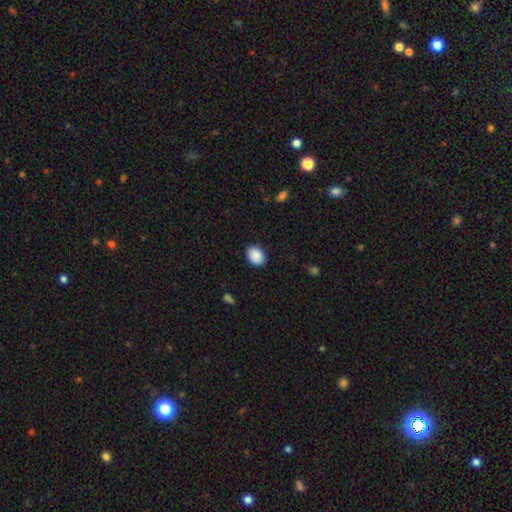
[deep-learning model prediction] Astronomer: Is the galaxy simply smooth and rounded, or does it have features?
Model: smooth — 90%.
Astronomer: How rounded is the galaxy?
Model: in between — 59% (runner-up: round, 40%).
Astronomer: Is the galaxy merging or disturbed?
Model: none — 88%.